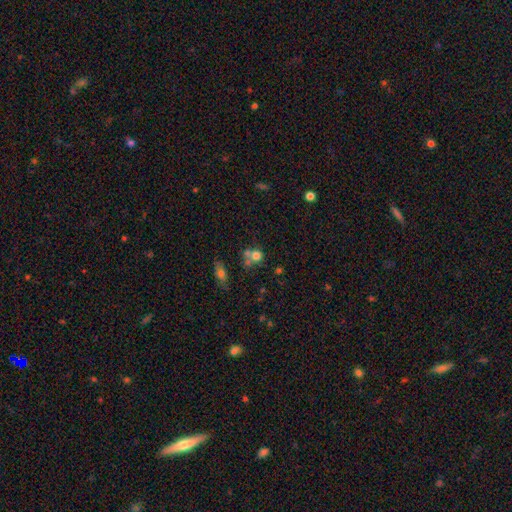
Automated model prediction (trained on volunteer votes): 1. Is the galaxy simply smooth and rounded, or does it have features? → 72% smooth, 14% featured or disk, 14% star or artifact.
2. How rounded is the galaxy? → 78% round, 20% in between, 1% cigar-shaped.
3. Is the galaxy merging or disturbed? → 45% merger, 39% none, 10% minor disturbance, 6% major disturbance.